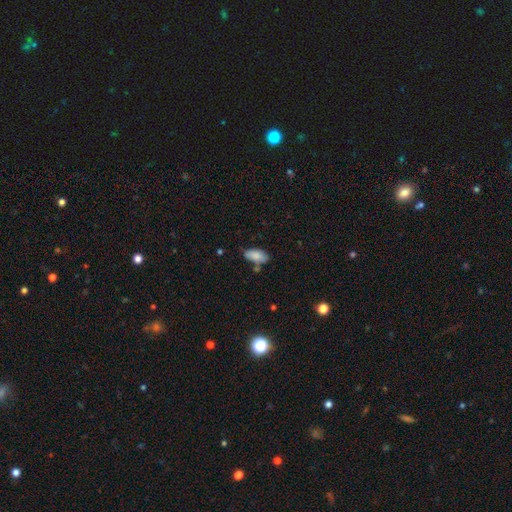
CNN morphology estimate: smooth 83%, featured or disk 10%, star or artifact 7%. Down the decision tree: how rounded — in between (89%); merging — none (64%).